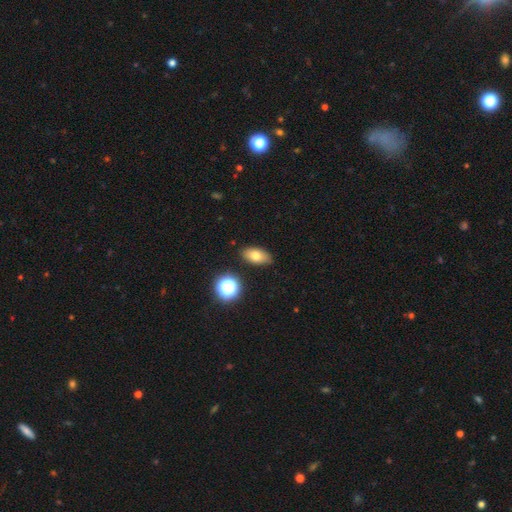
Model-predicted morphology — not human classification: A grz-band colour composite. It shows a smooth galaxy with no disk features (75%) that is in between round and cigar-shaped (87%). Merging: none (86%).